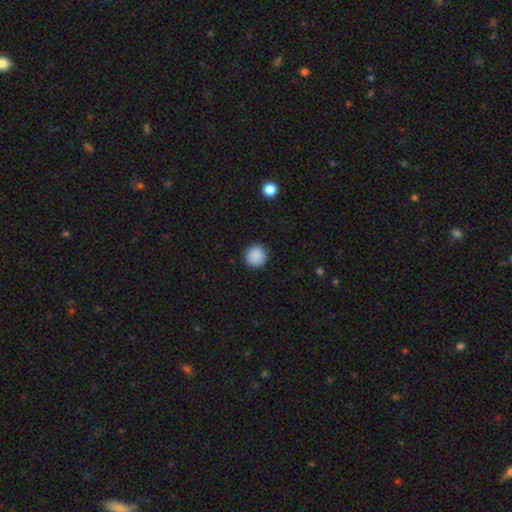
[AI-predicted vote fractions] Smooth or featured?
  - smooth: 90% *
  - star or artifact: 8%
  - featured or disk: 2%
How rounded?
  - round: 95% *
  - in between: 4%
  - cigar-shaped: 1%
Merging?
  - none: 92% *
  - minor disturbance: 5%
  - major disturbance: 2%
  - merger: 1%